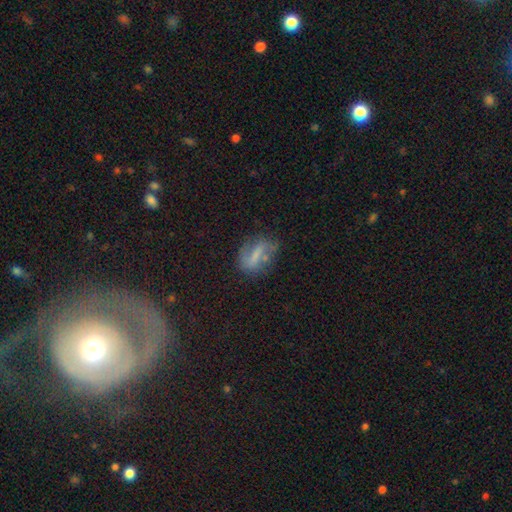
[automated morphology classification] type=featured or disk (46%); merging=none (55%).